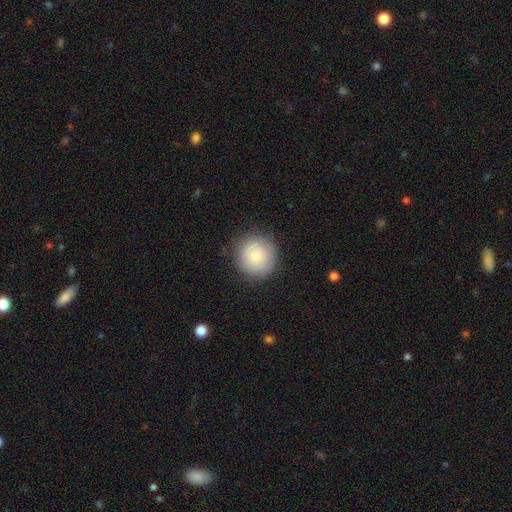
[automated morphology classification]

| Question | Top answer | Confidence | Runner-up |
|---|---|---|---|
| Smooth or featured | smooth | 76% | featured or disk (16%) |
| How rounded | round | 94% | in between (6%) |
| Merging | none | 86% | minor disturbance (10%) |